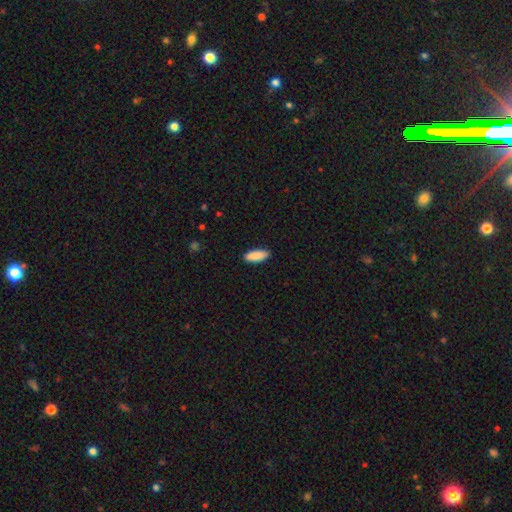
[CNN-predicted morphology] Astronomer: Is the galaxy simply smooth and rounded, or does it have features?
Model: smooth — 90%.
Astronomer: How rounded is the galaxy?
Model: in between — 71%.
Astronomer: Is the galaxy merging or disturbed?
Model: none — 89%.